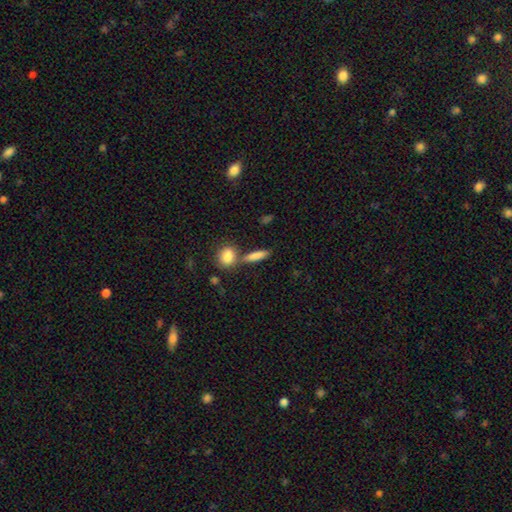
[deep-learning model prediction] Morphology: type=smooth (83%); roundness=cigar-shaped (56%); merging=none (67%).